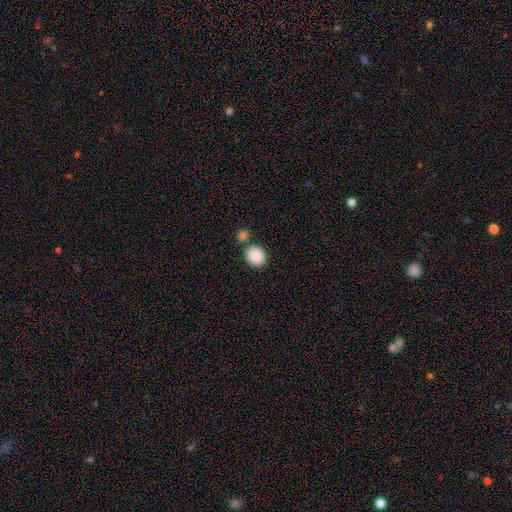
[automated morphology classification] A smooth galaxy with no disk features (89%) that is round (60%).

Vote fractions:
- Smooth or featured? smooth: 89% / star or artifact: 7% / featured or disk: 4%
- How rounded? round: 60% / in between: 39% / cigar-shaped: 1%
- Merging? none: 70% / merger: 16% / minor disturbance: 11% / major disturbance: 3%